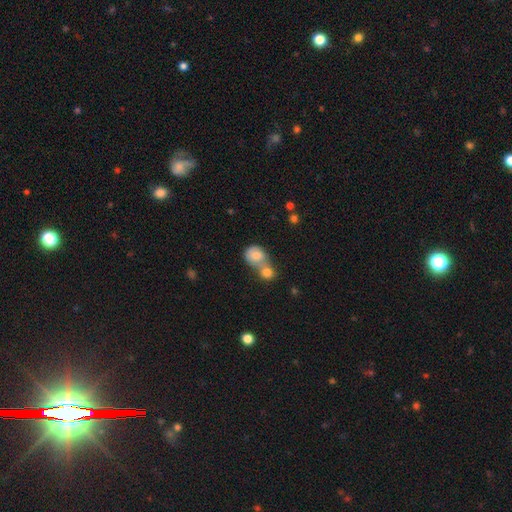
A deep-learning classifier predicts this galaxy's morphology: Q: Smooth or featured?
A: smooth (77%); runner-up: featured or disk (14%)
Q: How rounded?
A: round (61%); runner-up: in between (38%)
Q: Merging?
A: merger (67%); runner-up: none (21%)